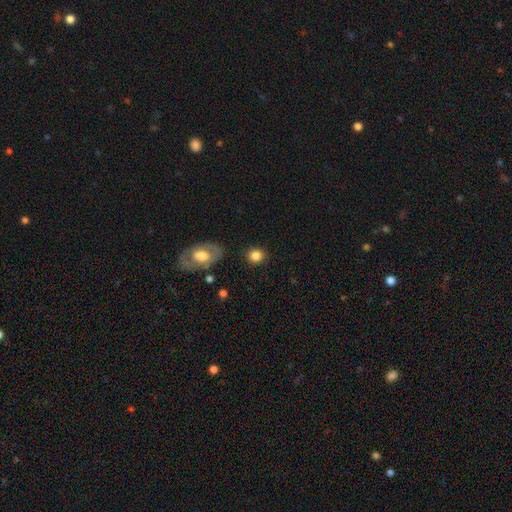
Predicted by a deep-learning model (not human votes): The model was most divided on "how rounded": round: 76%, in between: 23%, cigar-shaped: 1%. More confident: merging — none (86%); smooth or featured — smooth (83%).